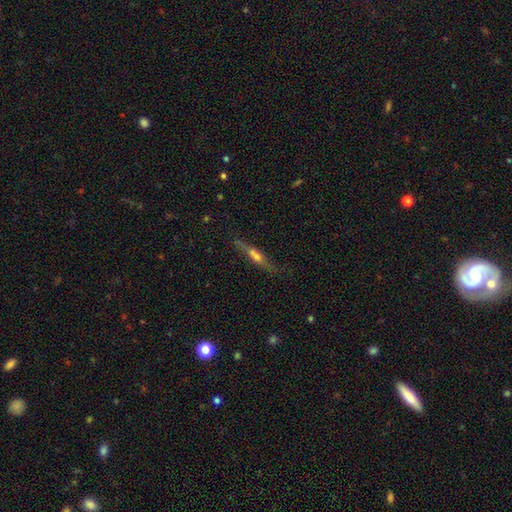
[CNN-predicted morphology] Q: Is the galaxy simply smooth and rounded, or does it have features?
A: featured or disk — 59%.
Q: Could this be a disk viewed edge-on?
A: yes — 87%.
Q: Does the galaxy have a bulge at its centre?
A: rounded — 70%.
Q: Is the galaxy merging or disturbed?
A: none — 70%.